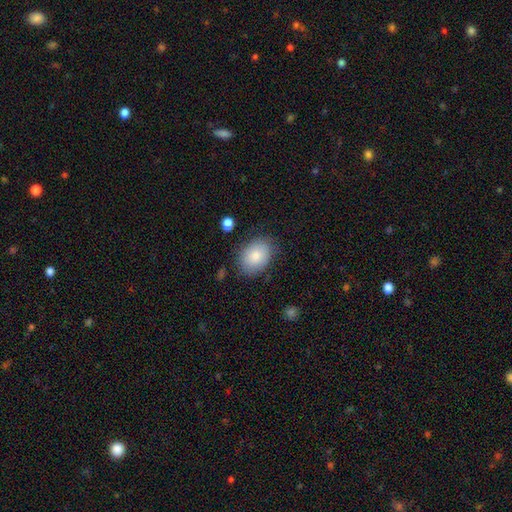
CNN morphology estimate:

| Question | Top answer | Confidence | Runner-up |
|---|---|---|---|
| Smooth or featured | smooth | 83% | featured or disk (10%) |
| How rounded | in between | 74% | round (25%) |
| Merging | none | 78% | minor disturbance (16%) |